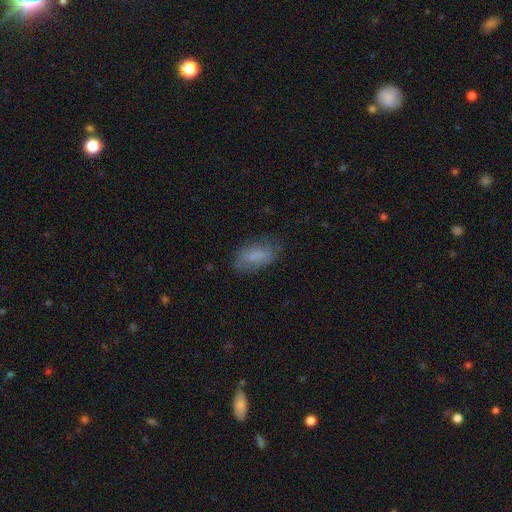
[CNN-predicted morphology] Smooth or featured? smooth (76%)
How rounded? in between (89%)
Merging? none (67%)